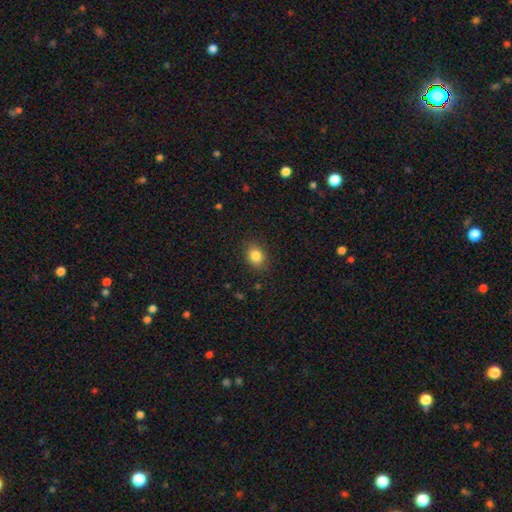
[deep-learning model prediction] The model was most divided on "how rounded": round: 51%, in between: 47%, cigar-shaped: 1%. More confident: merging — none (85%); smooth or featured — smooth (84%).